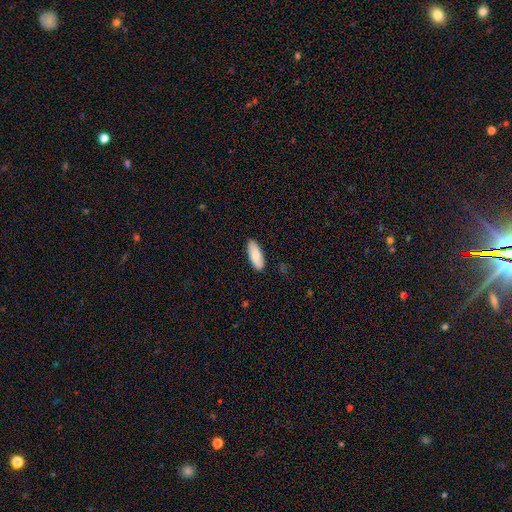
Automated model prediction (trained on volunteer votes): smooth_or_featured: smooth (p=0.81) [alt: featured or disk p=0.13]
how_rounded: in between (p=0.73) [alt: cigar-shaped p=0.25]
merging: none (p=0.87) [alt: minor disturbance p=0.10]